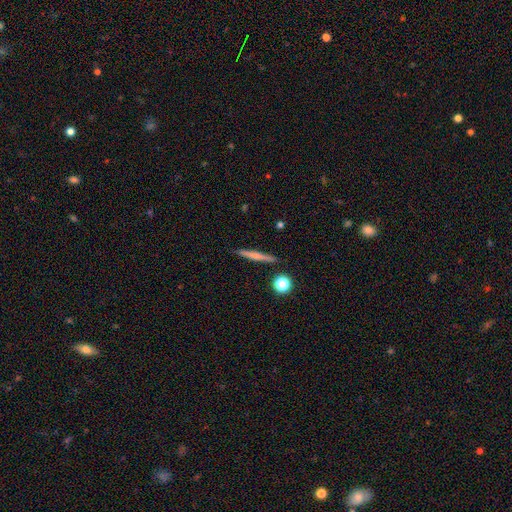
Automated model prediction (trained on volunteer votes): Morphology: type=smooth (56%); roundness=cigar-shaped (93%); merging=none (89%).